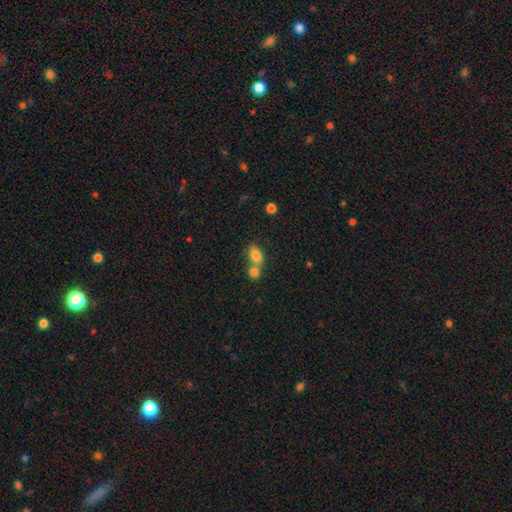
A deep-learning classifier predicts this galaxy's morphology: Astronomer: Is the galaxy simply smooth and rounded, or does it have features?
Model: smooth — 80%.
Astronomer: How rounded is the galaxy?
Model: in between — 76%.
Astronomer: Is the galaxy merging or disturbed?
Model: merger — 51% (runner-up: none, 37%).